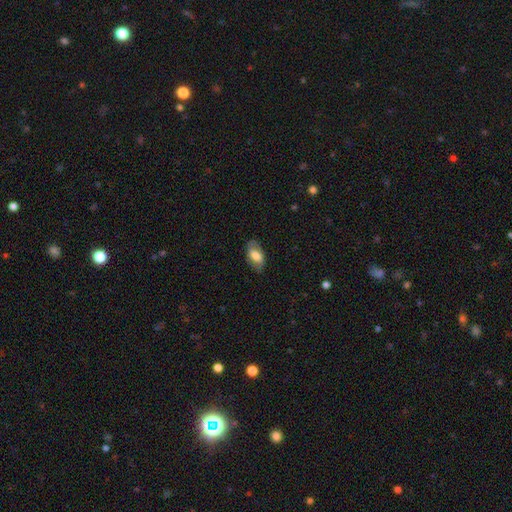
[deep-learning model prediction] The model was most divided on "smooth or featured": smooth: 62%, featured or disk: 31%, star or artifact: 7%. More confident: how rounded — in between (92%); merging — none (77%).